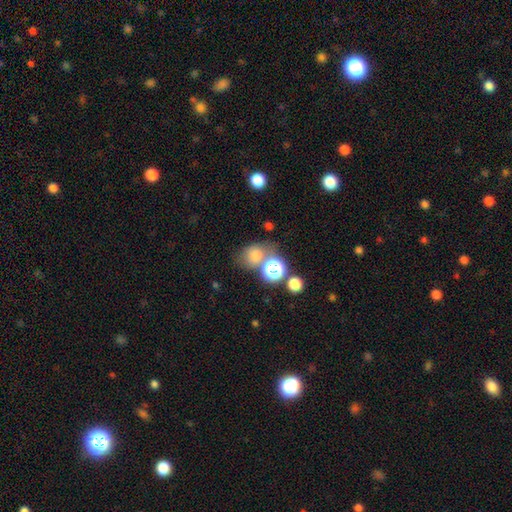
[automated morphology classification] Smooth or featured: smooth — 68% (star or artifact — 21%)
How rounded: round — 58% (in between — 40%)
Merging: none — 53% (merger — 26%)